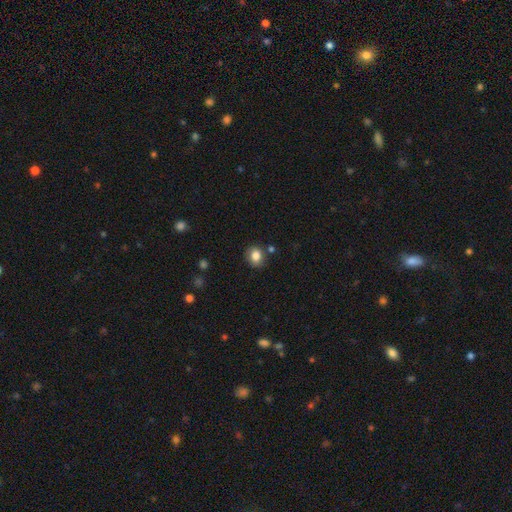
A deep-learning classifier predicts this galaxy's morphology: This appears to be a smooth galaxy with no disk features (84%) that is round (65%). Merging: none (81%).